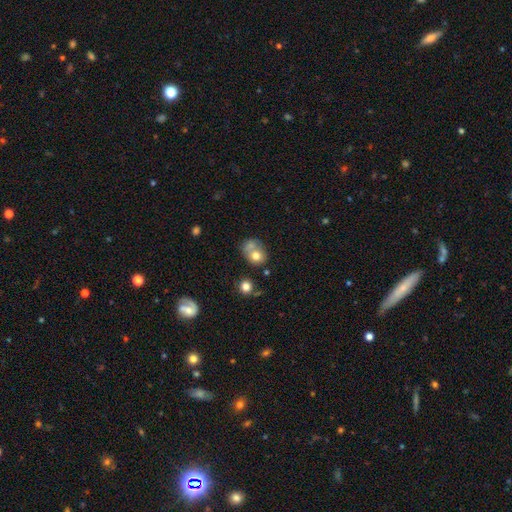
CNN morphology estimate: smooth-or-featured: smooth: 69% | featured or disk: 21% | star or artifact: 10%
  how-rounded: round: 60% | in between: 39% | cigar-shaped: 1%
  merging: merger: 45% | none: 32% | minor disturbance: 14% | major disturbance: 9%